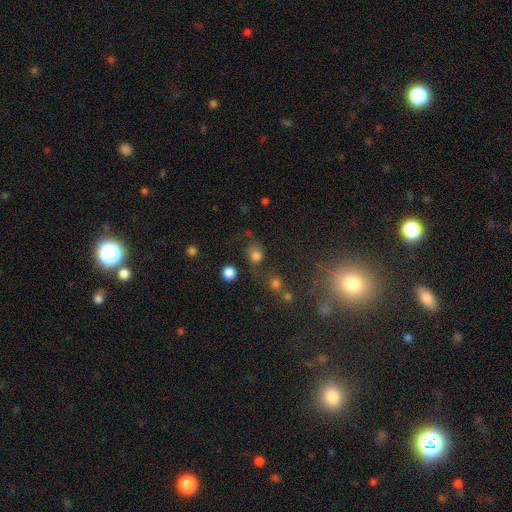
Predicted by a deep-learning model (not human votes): This is likely a smooth galaxy (71%). How rounded: likely round (70%). Merging: possibly none (53%).